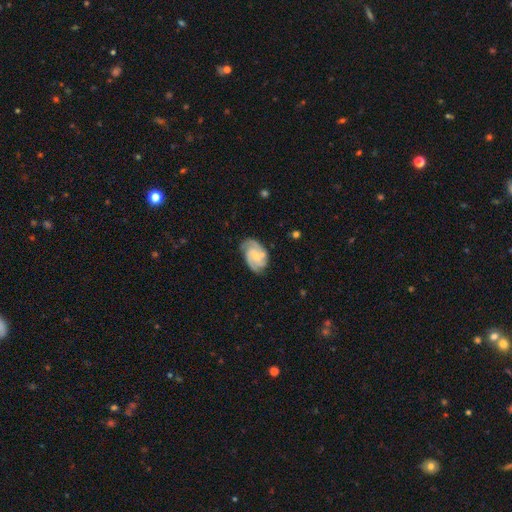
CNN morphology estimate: Smooth or featured: featured or disk — 82% (smooth — 13%)
Edge-on disk: no — 97% (yes — 3%)
Bar: no — 46% (weak — 44%)
Spiral arms: yes — 96% (no — 4%)
Spiral winding: tight — 49% (medium — 42%)
Spiral arm count: 2 — 61% (3 — 20%)
Bulge size: small — 60% (moderate — 33%)
Merging: none — 70% (minor disturbance — 21%)